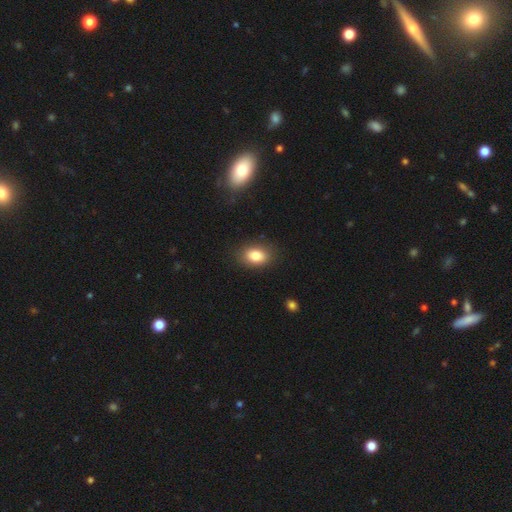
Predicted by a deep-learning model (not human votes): This appears to be a smooth galaxy with no disk features (82%) that is in between round and cigar-shaped (76%). Merging: none (85%).